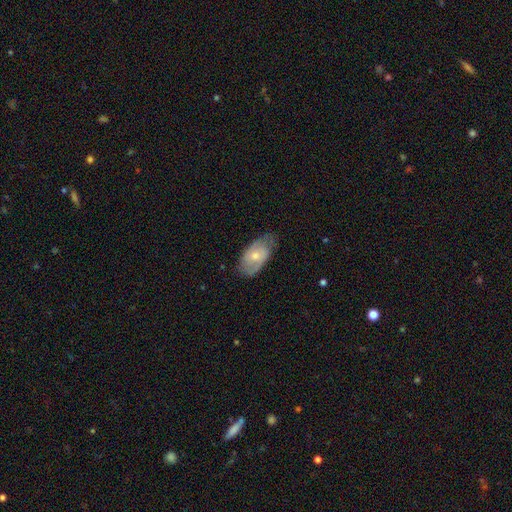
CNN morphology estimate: Smooth or featured: smooth — 49% (featured or disk — 45%)
Merging: none — 64% (minor disturbance — 28%)